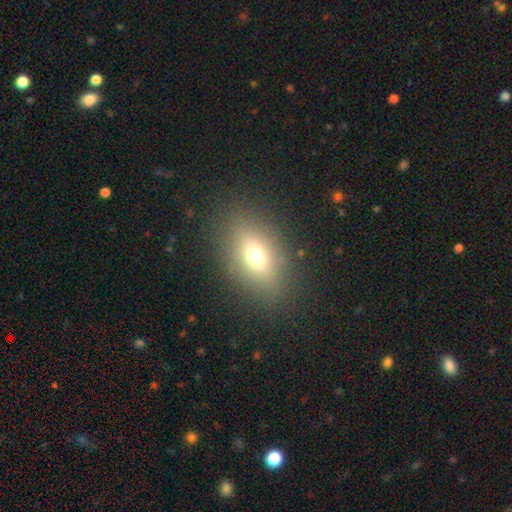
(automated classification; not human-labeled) Smooth or featured? smooth (66%)
How rounded? in between (78%)
Merging? none (85%)